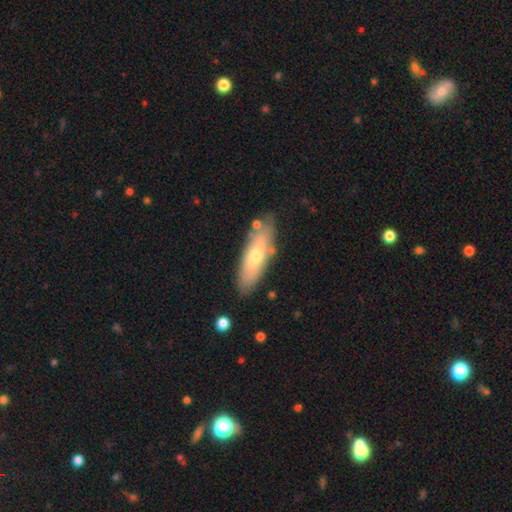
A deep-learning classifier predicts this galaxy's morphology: smooth 59%, featured or disk 35%, star or artifact 6%. Down the decision tree: how rounded — in between (55%); merging — none (78%).